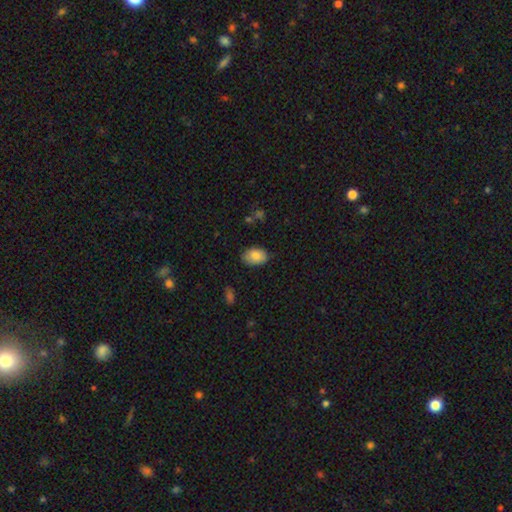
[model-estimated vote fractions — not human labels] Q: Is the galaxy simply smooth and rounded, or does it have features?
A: smooth — 83%.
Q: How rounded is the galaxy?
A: in between — 88%.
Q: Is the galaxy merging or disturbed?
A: none — 78%.